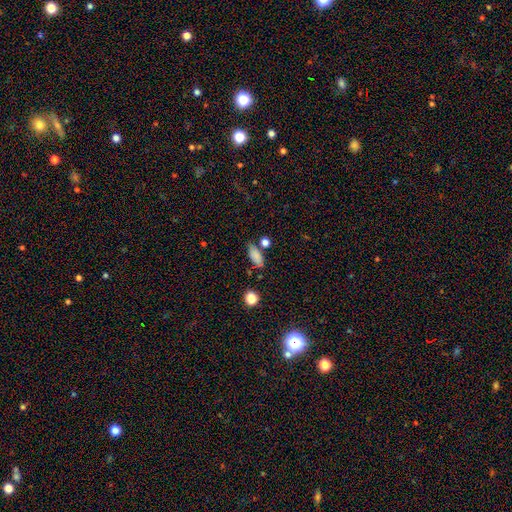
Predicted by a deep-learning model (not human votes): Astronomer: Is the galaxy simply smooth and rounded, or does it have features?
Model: smooth — 80%.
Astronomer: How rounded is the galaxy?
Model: in between — 80%.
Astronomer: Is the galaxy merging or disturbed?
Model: none — 66%.